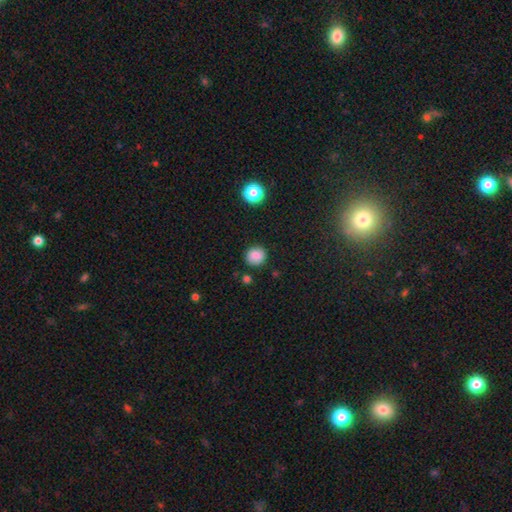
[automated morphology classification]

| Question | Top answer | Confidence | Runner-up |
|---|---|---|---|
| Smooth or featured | smooth | 85% | star or artifact (10%) |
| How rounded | round | 87% | in between (12%) |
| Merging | none | 86% | minor disturbance (9%) |